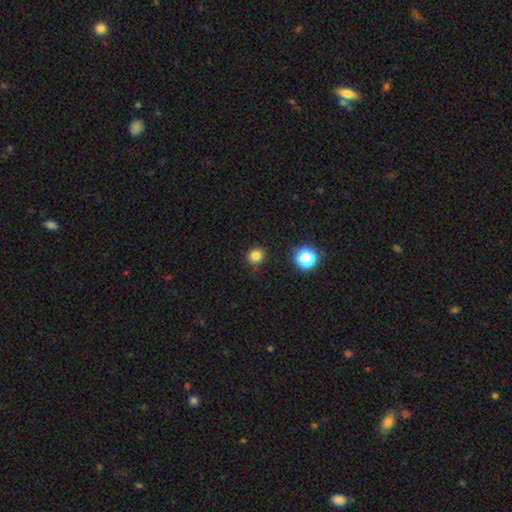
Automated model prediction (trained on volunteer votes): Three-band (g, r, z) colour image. It shows a smooth galaxy with no disk features (81%) that is round (84%). Merging: none (88%).